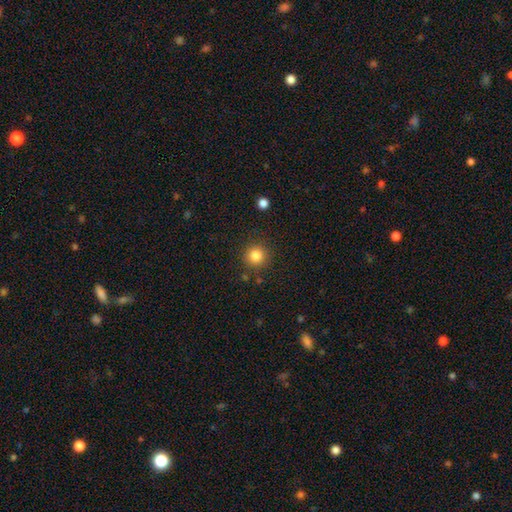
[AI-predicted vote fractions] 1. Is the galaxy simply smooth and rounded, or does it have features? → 84% smooth, 11% star or artifact, 5% featured or disk.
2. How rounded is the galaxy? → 95% round, 4% in between, 1% cigar-shaped.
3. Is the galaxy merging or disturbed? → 89% none, 7% minor disturbance, 2% major disturbance, 2% merger.